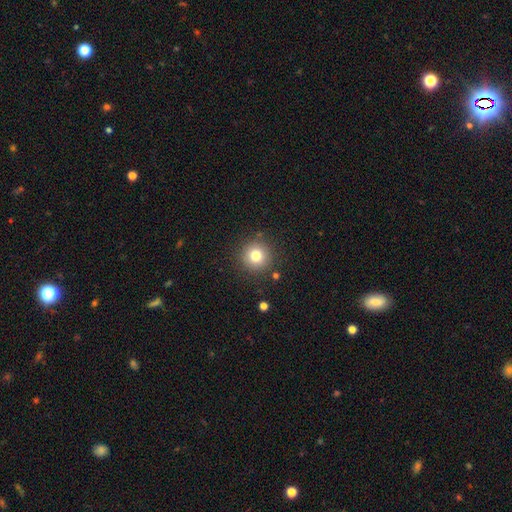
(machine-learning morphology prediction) Smooth or featured? Predicted: smooth (p=0.79). How rounded? Predicted: round (p=0.94). Merging? Predicted: none (p=0.88).